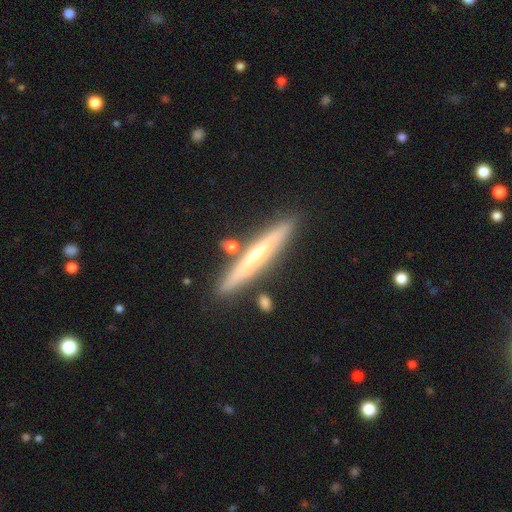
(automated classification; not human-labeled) A featured or disk galaxy (68%) viewed edge-on (92%) with a rounded central bulge (62%). Merging: none (81%).